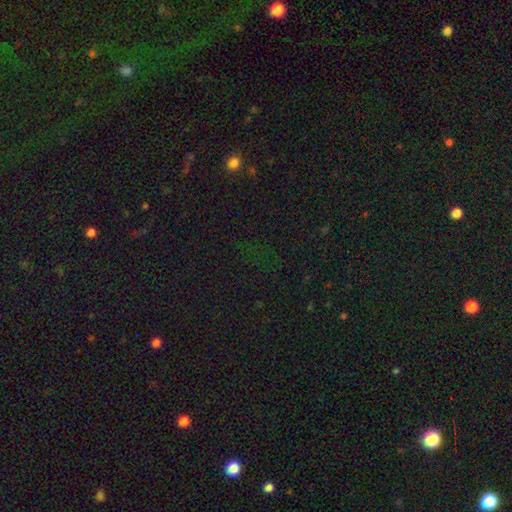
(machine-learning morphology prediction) Overall: star or artifact (73%).